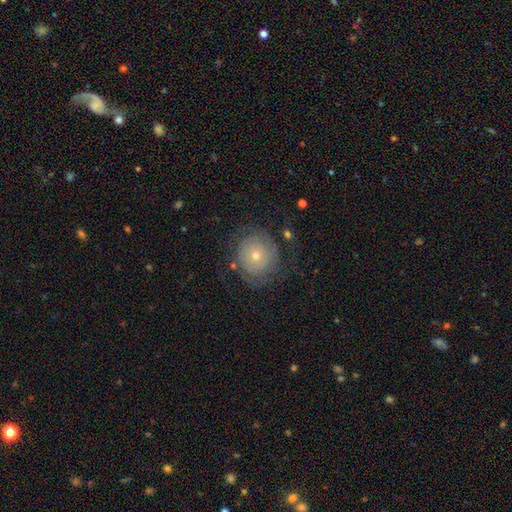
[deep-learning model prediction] smooth-or-featured: featured or disk: 58% | smooth: 31% | star or artifact: 11%
  disk-edge-on: no: 97% | yes: 3%
    bar: no: 87% | weak: 10% | strong: 3%
    has-spiral-arms: yes: 73% | no: 27%
    bulge-size: small: 62% | moderate: 33% | large: 2% | dominant: 1% | none: 1%
  merging: none: 70% | minor disturbance: 16% | major disturbance: 12% | merger: 2%